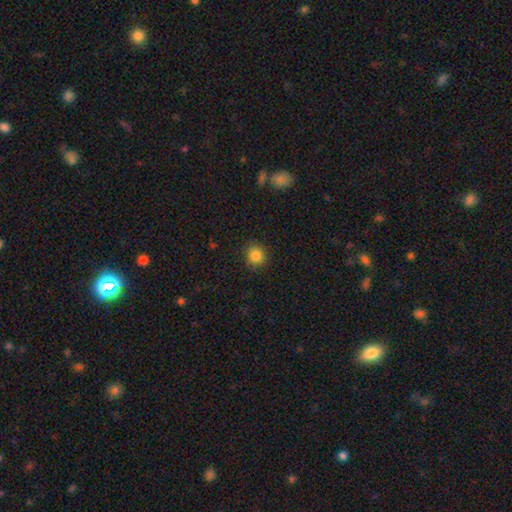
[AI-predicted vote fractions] Smooth or featured?
  - smooth: 85% *
  - star or artifact: 11%
  - featured or disk: 4%
How rounded?
  - round: 86% *
  - in between: 13%
  - cigar-shaped: 1%
Merging?
  - none: 88% *
  - minor disturbance: 8%
  - major disturbance: 2%
  - merger: 1%